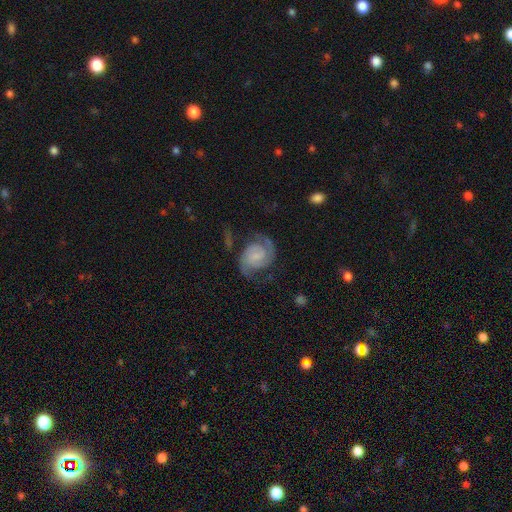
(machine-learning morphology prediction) Smooth or featured? featured or disk (85%)
Edge-on disk? no (98%)
Bar? no (53%)
Spiral arms? yes (97%)
Spiral winding? medium (47%)
Spiral arm count? 2 (90%)
Bulge size? small (44%)
Merging? none (68%)